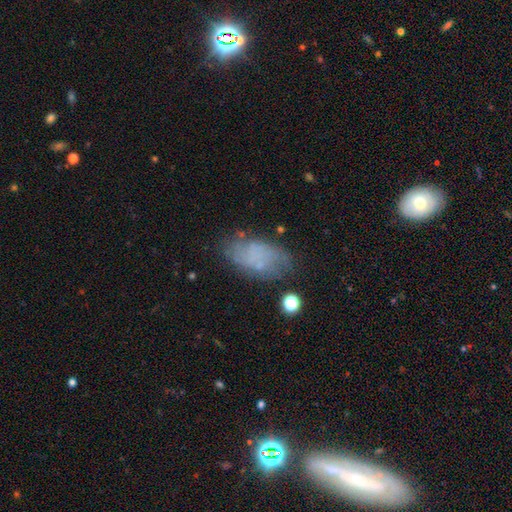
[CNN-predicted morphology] smooth-or-featured: smooth: 49% | featured or disk: 38% | star or artifact: 13%
  merging: none: 63% | minor disturbance: 23% | major disturbance: 11% | merger: 3%